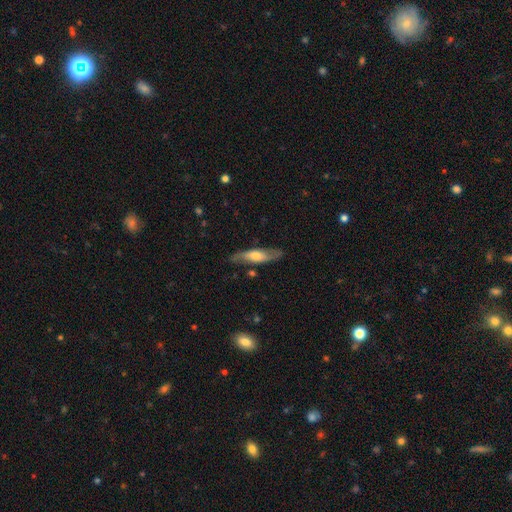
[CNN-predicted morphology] Smooth or featured? Predicted: featured or disk (p=0.52). Edge-on disk? Predicted: yes (p=0.58). Merging? Predicted: none (p=0.79).